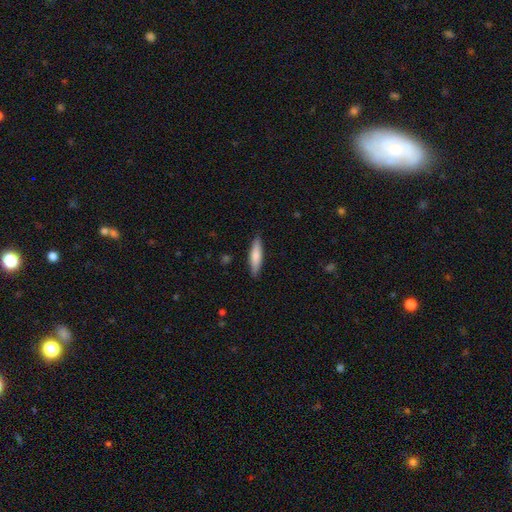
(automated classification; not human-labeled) Smooth or featured? Predicted: smooth (p=0.76). How rounded? Predicted: cigar-shaped (p=0.74). Merging? Predicted: none (p=0.88).